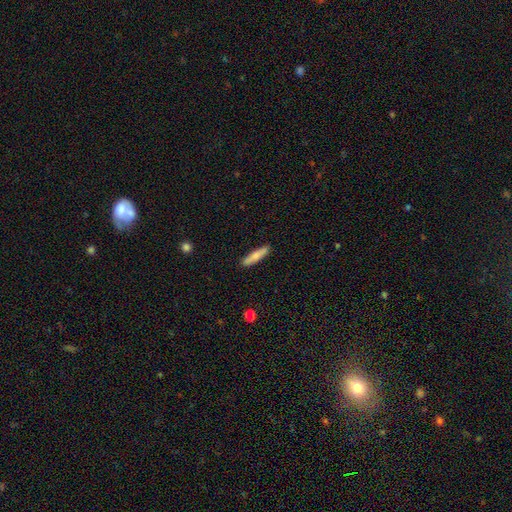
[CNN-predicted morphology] Smooth or featured: smooth — 76% (featured or disk — 19%)
How rounded: cigar-shaped — 83% (in between — 15%)
Merging: none — 88% (minor disturbance — 9%)